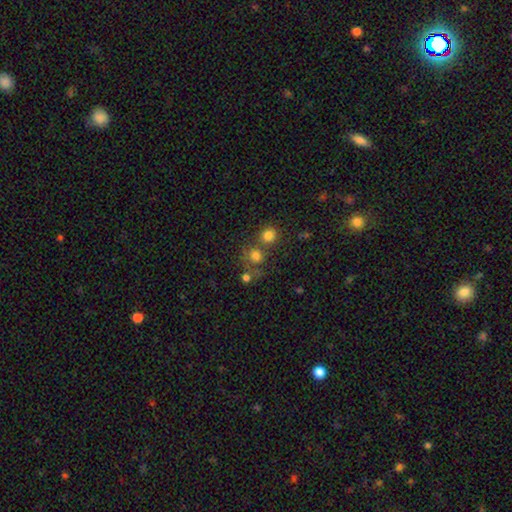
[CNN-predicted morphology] Smooth or featured? smooth (74%)
How rounded? round (81%)
Merging? none (51%)